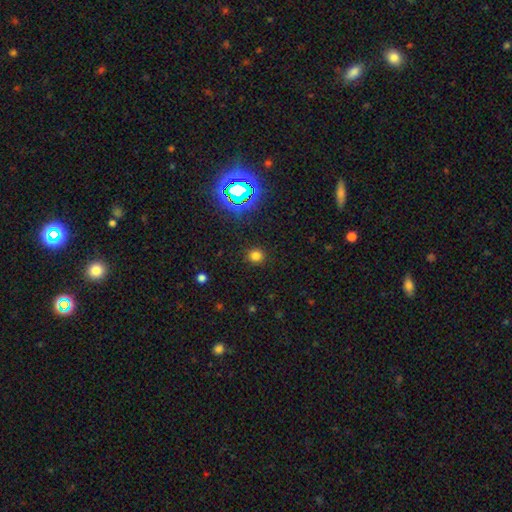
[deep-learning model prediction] Smooth or featured: smooth — 72% (star or artifact — 23%)
How rounded: round — 85% (in between — 14%)
Merging: none — 88% (minor disturbance — 7%)